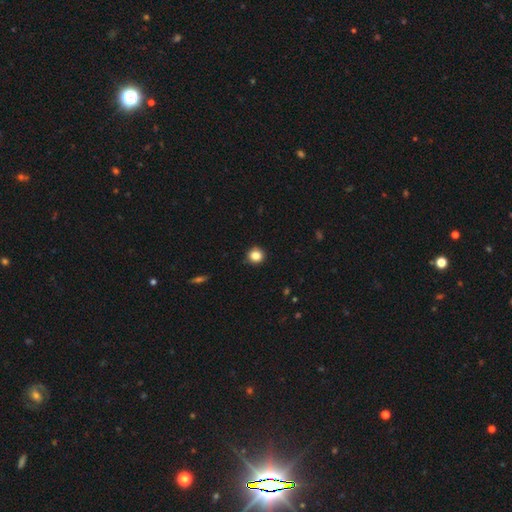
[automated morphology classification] Smooth or featured: smooth — 85% (star or artifact — 11%)
How rounded: round — 93% (in between — 6%)
Merging: none — 92% (minor disturbance — 6%)